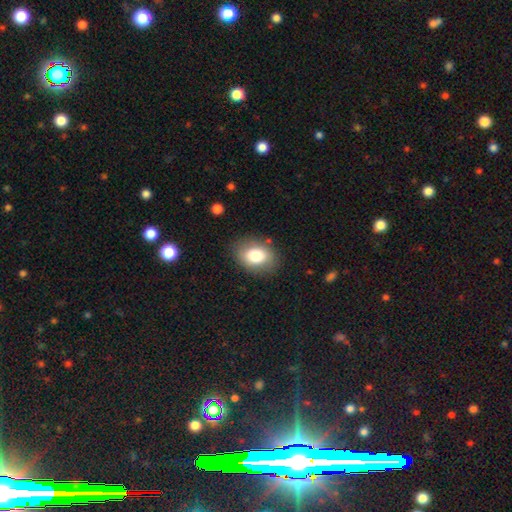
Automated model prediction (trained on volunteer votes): A smooth galaxy with no disk features (79%) that is in between round and cigar-shaped (74%).

Vote fractions:
- Smooth or featured? smooth: 79% / featured or disk: 13% / star or artifact: 8%
- How rounded? in between: 74% / round: 25% / cigar-shaped: 1%
- Merging? none: 83% / minor disturbance: 12% / major disturbance: 4% / merger: 1%